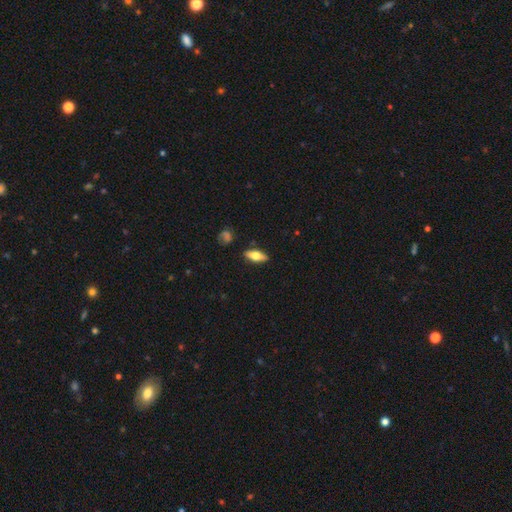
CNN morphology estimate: This is possibly a smooth galaxy (59%). How rounded: likely in between (70%). Merging: clearly none (86%).